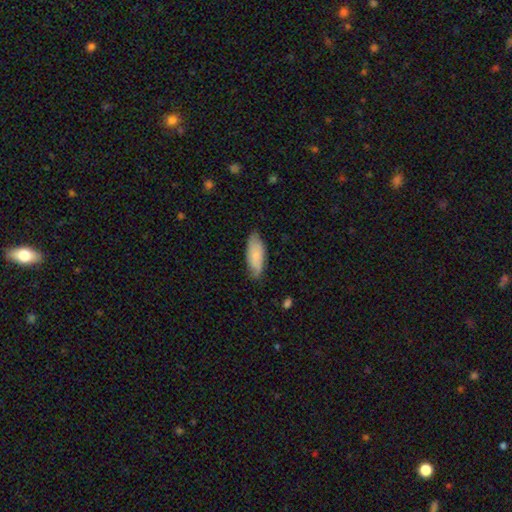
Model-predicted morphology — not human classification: Smooth or featured: smooth — 77% (featured or disk — 17%)
How rounded: in between — 78% (cigar-shaped — 21%)
Merging: none — 75% (minor disturbance — 21%)